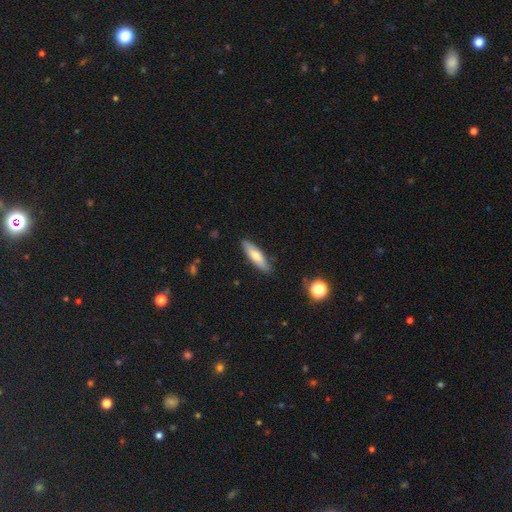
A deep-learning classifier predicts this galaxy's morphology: This appears to be a smooth galaxy with no disk features (67%) that is cigar-shaped (62%). Merging: none (86%).